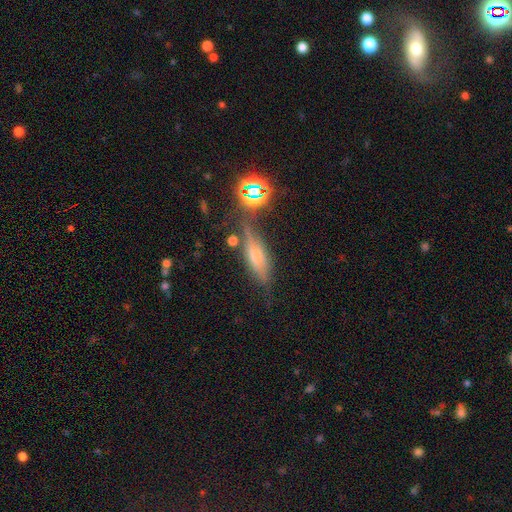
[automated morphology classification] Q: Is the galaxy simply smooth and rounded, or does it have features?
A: smooth — 43%.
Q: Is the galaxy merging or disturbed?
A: none — 63%.